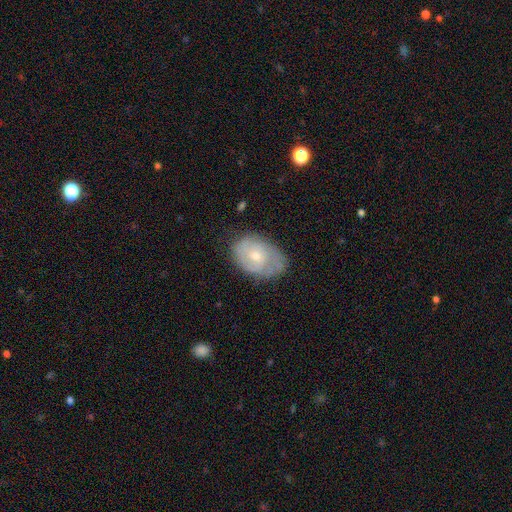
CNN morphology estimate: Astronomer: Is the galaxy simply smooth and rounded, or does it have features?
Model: featured or disk — 57% (runner-up: smooth, 36%).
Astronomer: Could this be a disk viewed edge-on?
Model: no — 96%.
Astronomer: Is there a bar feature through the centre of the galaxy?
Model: no — 74%.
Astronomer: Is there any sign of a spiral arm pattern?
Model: yes — 77%.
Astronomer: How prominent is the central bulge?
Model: small — 50% (runner-up: moderate, 45%).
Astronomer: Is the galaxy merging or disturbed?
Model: none — 65%.